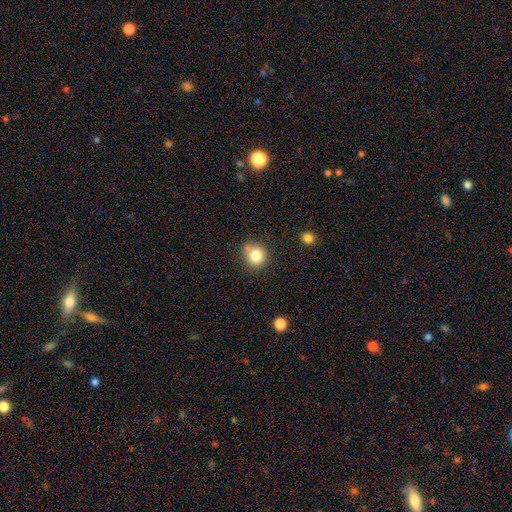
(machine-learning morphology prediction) This is clearly a smooth galaxy (81%). How rounded: clearly round (86%). Merging: likely none (69%).